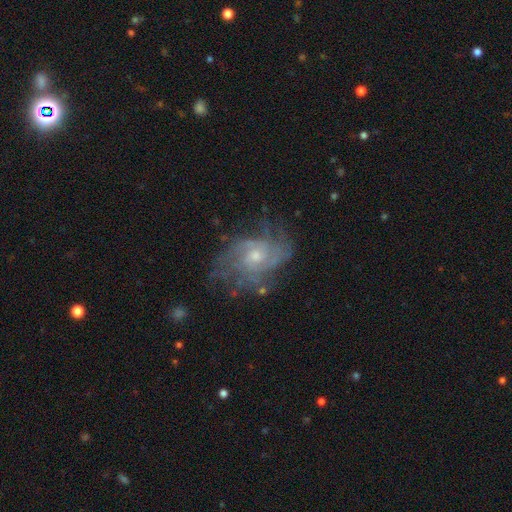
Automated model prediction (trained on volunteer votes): The model was most divided on "bulge size": small: 49%, moderate: 46%, large: 2%, none: 2%, dominant: 1%. Remaining: edge-on disk — no (97%); spiral arms — yes (90%); smooth or featured — featured or disk (81%); bar — no (70%); merging — none (64%); spiral winding — tight (46%); spiral arm count — can't tell (40%).